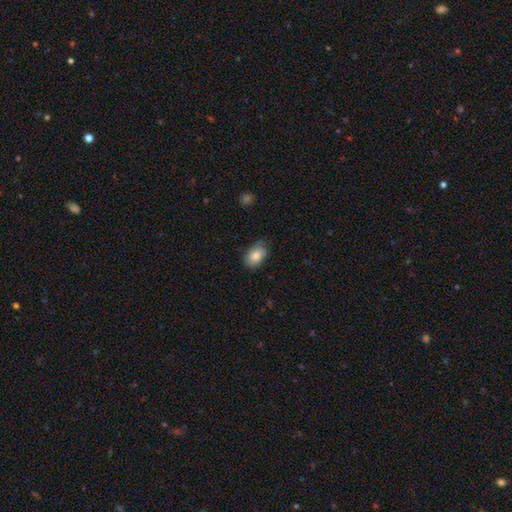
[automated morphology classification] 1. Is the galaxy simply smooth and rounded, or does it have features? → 79% smooth, 14% featured or disk, 7% star or artifact.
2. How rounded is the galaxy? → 88% in between, 10% round, 1% cigar-shaped.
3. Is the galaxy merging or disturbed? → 69% none, 25% minor disturbance, 5% major disturbance, 1% merger.